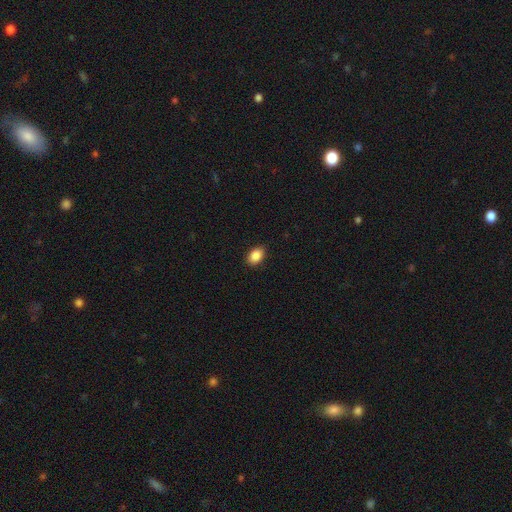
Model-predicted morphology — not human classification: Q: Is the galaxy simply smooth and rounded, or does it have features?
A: smooth — 88%.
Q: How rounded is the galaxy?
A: in between — 84%.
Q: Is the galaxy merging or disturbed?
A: none — 88%.